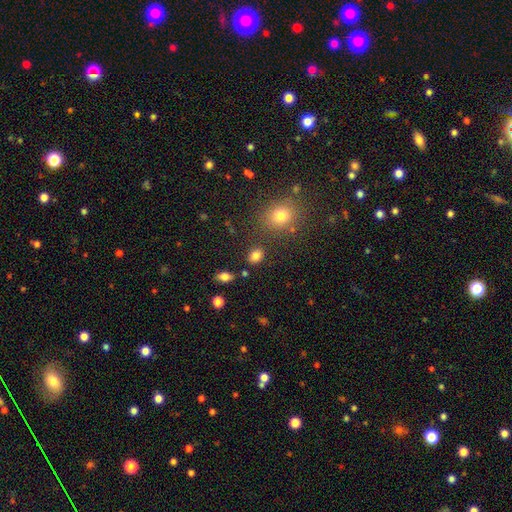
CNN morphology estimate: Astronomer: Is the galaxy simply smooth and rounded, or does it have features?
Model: smooth — 82%.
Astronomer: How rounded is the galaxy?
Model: in between — 62%.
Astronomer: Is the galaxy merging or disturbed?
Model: none — 80%.